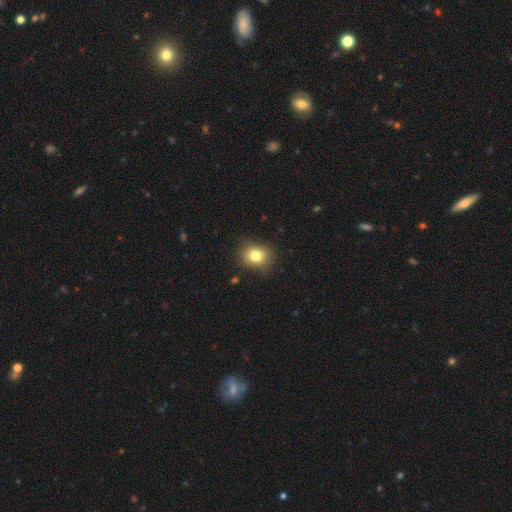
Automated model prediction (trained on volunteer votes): Smooth or featured? smooth (80%)
How rounded? round (62%)
Merging? none (85%)